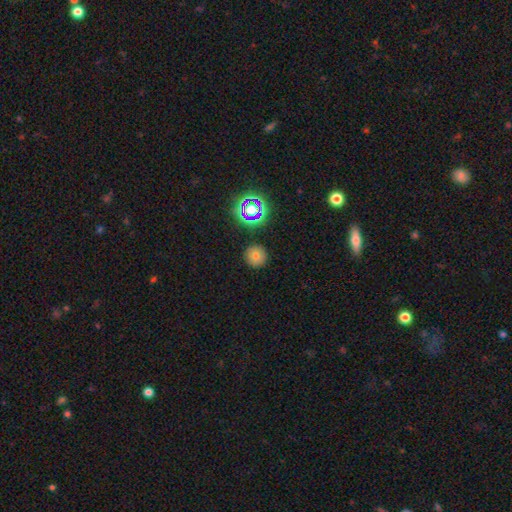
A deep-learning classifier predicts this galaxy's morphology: Smooth or featured? smooth (68%)
How rounded? round (95%)
Merging? none (90%)